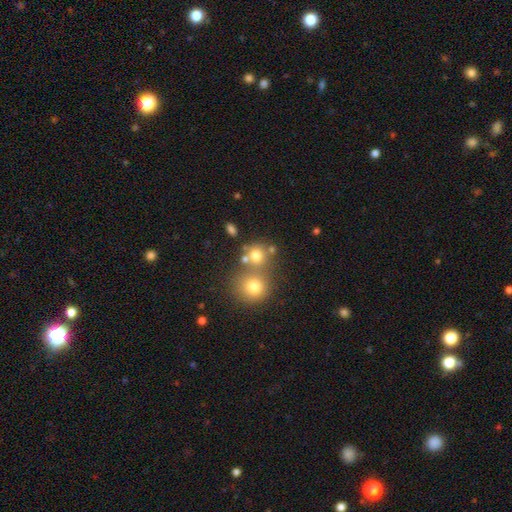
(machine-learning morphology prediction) Smooth or featured?
  - smooth: 73% *
  - star or artifact: 15%
  - featured or disk: 12%
How rounded?
  - round: 85% *
  - in between: 14%
  - cigar-shaped: 1%
Merging?
  - none: 52% *
  - merger: 35%
  - minor disturbance: 9%
  - major disturbance: 4%